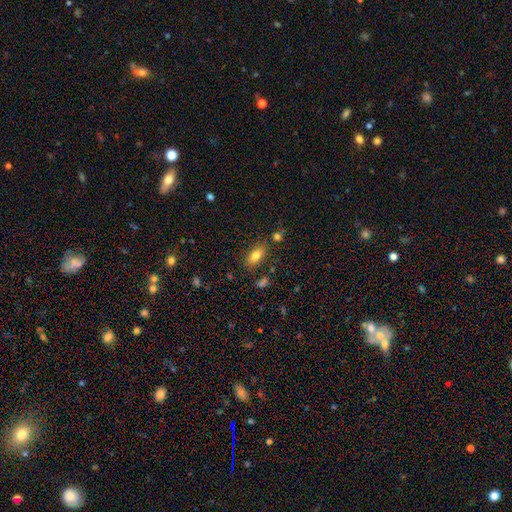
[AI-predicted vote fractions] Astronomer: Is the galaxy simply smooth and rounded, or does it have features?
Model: smooth — 80%.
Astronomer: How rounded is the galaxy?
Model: in between — 88%.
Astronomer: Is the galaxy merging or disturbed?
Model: none — 79%.